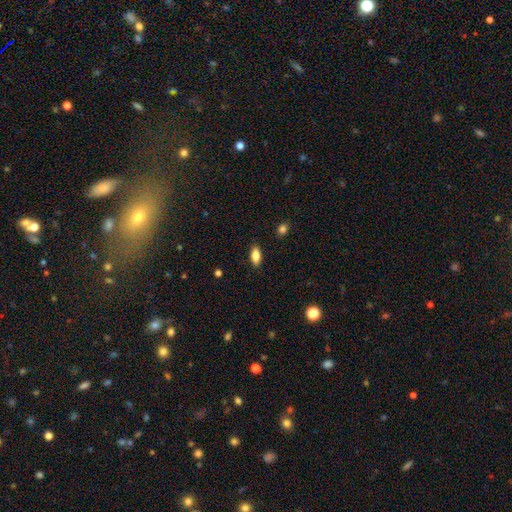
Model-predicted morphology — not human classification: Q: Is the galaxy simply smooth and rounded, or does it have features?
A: smooth — 84%.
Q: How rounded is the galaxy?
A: in between — 83%.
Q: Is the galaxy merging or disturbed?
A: none — 88%.